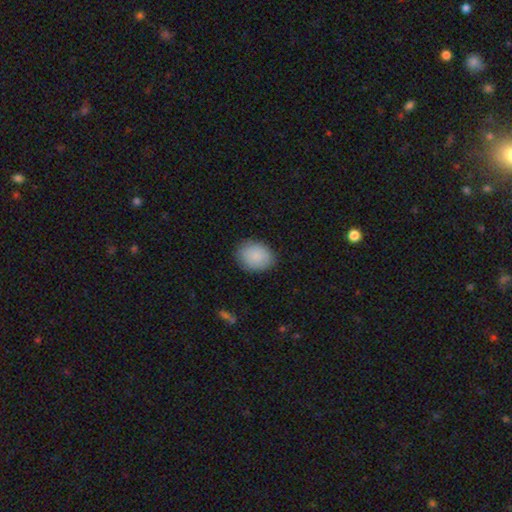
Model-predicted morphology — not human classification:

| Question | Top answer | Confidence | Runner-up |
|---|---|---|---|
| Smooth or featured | smooth | 87% | star or artifact (7%) |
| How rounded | in between | 60% | round (39%) |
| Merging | none | 85% | minor disturbance (11%) |